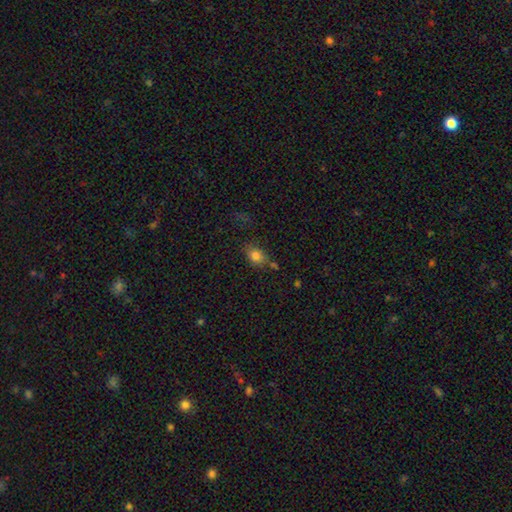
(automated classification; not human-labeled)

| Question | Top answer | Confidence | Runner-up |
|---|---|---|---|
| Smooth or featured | smooth | 80% | star or artifact (12%) |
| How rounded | in between | 56% | round (42%) |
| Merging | none | 61% | minor disturbance (20%) |